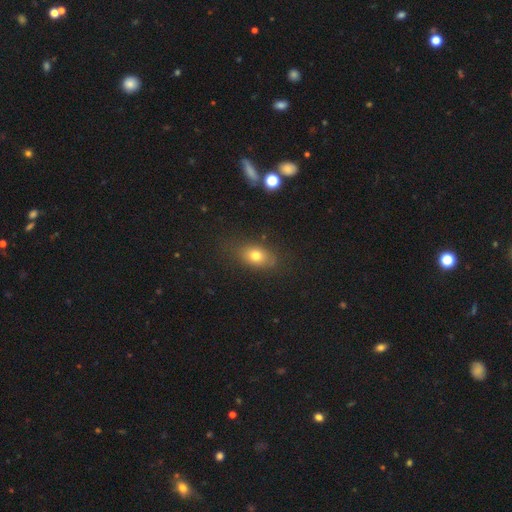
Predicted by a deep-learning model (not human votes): Morphology: type=smooth (73%); roundness=in between (75%); merging=none (75%).